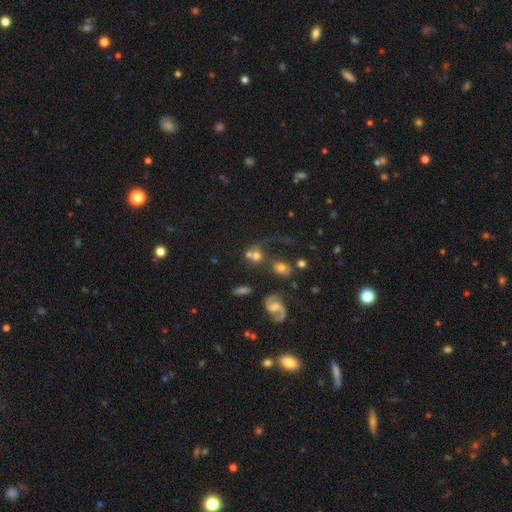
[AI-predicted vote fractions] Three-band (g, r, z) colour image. It shows a smooth galaxy with no disk features (56%) that is round (71%). Merging: none (38%).